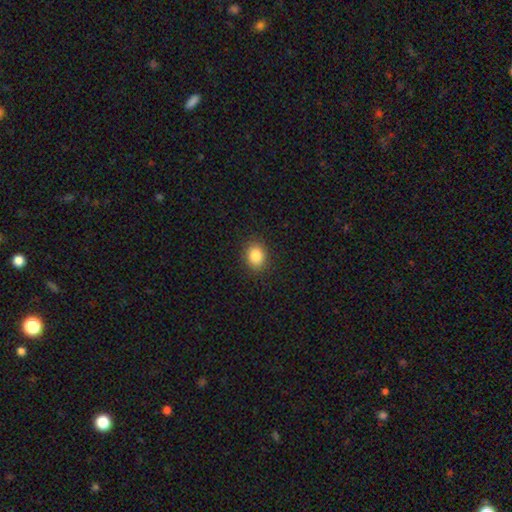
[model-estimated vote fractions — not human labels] smooth_or_featured: smooth (p=0.86) [alt: star or artifact p=0.09]
how_rounded: round (p=0.54) [alt: in between p=0.45]
merging: none (p=0.89) [alt: minor disturbance p=0.08]